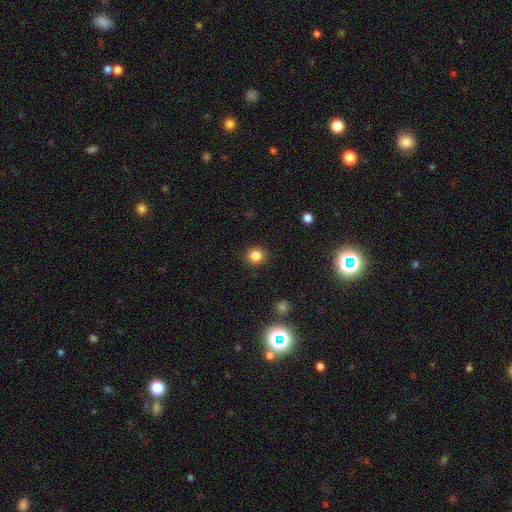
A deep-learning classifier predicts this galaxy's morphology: A smooth galaxy with no disk features (84%) that is round (89%). Merging: none (91%).